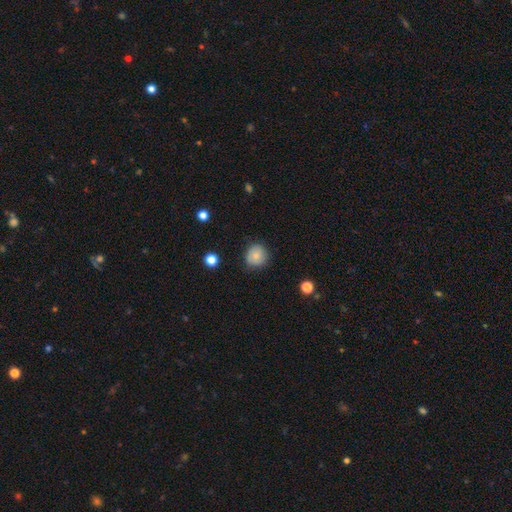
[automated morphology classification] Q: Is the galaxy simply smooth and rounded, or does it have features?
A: smooth — 79%.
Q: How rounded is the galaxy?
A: round — 89%.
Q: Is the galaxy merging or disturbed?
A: none — 80%.